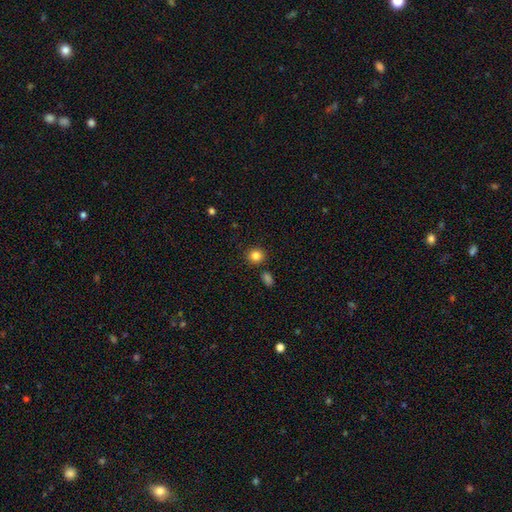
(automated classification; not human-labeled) Q: Smooth or featured?
A: smooth (84%); runner-up: star or artifact (11%)
Q: How rounded?
A: round (85%); runner-up: in between (14%)
Q: Merging?
A: none (86%); runner-up: minor disturbance (7%)